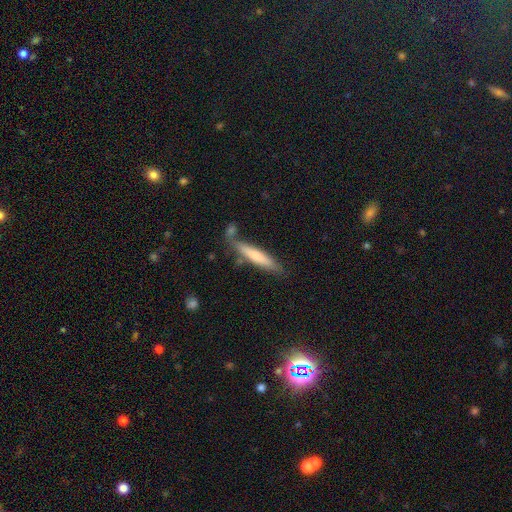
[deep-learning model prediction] Smooth or featured: smooth — 52% (featured or disk — 39%)
How rounded: cigar-shaped — 89% (in between — 10%)
Merging: none — 72% (minor disturbance — 16%)